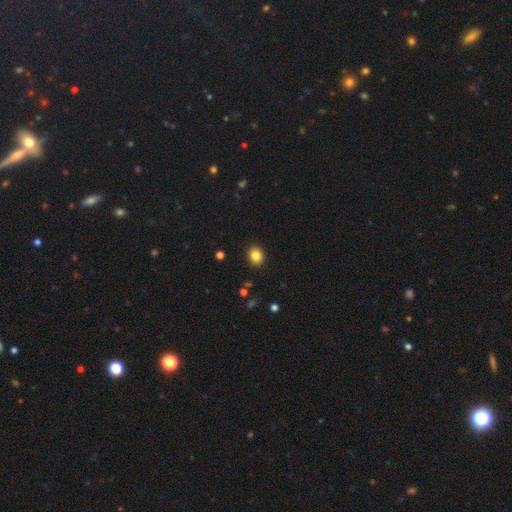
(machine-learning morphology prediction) Smooth or featured? Predicted: smooth (p=0.85). How rounded? Predicted: round (p=0.60). Merging? Predicted: none (p=0.91).